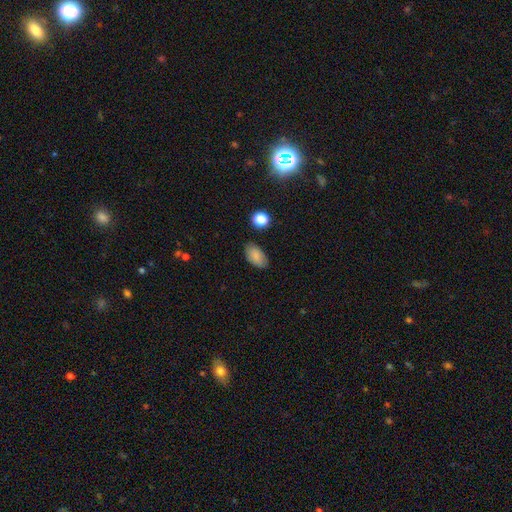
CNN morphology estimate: This is clearly a smooth galaxy (85%). How rounded: clearly in between (93%). Merging: clearly none (81%).